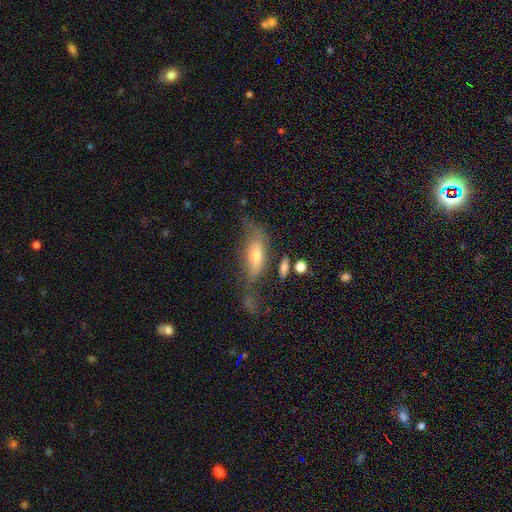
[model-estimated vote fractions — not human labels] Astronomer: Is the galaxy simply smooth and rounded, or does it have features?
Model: smooth — 52% (runner-up: featured or disk, 38%).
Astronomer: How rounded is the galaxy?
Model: in between — 64%.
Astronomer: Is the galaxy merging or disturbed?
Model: none — 37% (runner-up: minor disturbance, 27%).